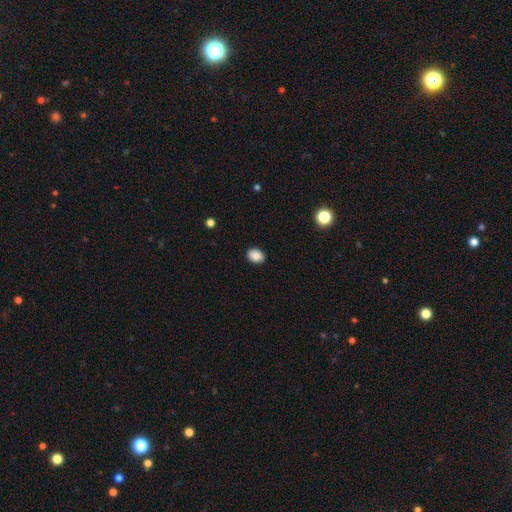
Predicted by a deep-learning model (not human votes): Smooth or featured? smooth (87%)
How rounded? in between (64%)
Merging? none (89%)